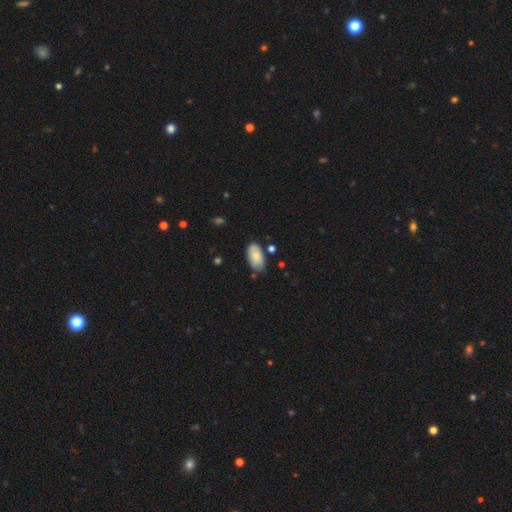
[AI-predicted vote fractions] This appears to be a smooth galaxy with no disk features (80%) that is in between round and cigar-shaped (95%). Merging: none (70%).